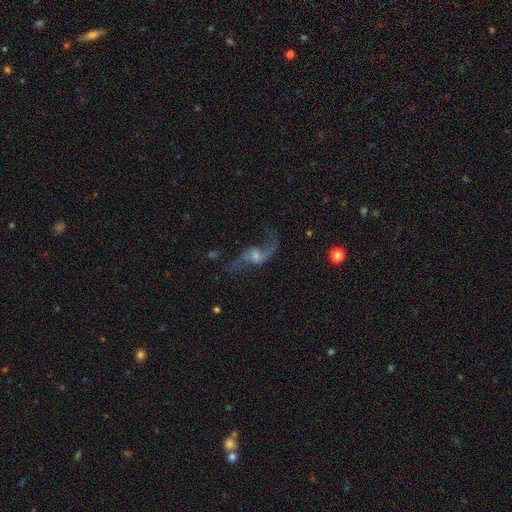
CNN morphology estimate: featured or disk 81%, star or artifact 10%, smooth 9%. Down the decision tree: edge-on disk — no (93%); bar — no (51%); spiral arms — yes (93%); spiral arm count — 2 (87%); spiral winding — loose (87%); bulge size — small (49%); merging — none (61%).